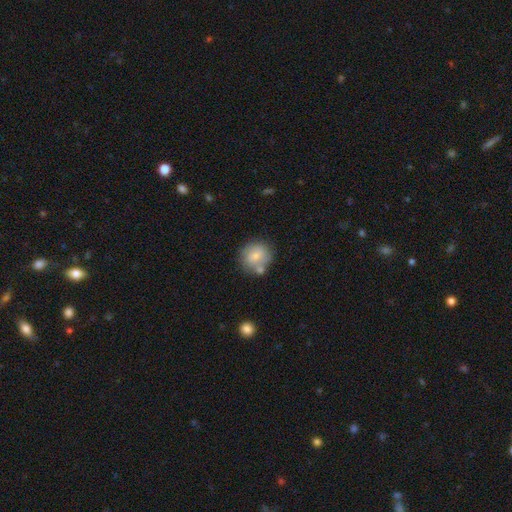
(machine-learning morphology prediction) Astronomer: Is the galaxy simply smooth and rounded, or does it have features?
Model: smooth — 75%.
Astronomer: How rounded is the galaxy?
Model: round — 85%.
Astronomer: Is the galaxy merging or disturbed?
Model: none — 61%.